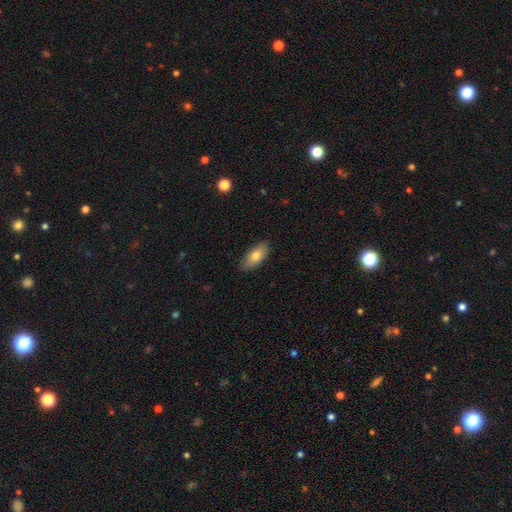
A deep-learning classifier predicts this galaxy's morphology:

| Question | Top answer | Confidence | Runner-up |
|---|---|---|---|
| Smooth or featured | smooth | 80% | featured or disk (14%) |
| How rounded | in between | 87% | cigar-shaped (11%) |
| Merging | none | 86% | minor disturbance (11%) |